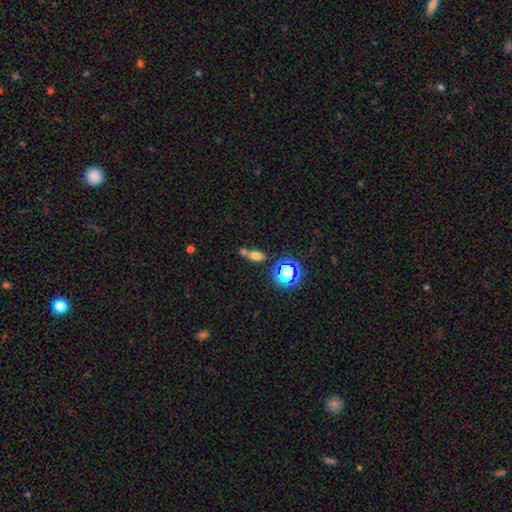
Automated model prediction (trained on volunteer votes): This appears to be a smooth galaxy with no disk features (66%) that is in between round and cigar-shaped (71%). Merging: none (42%, tied with merger).